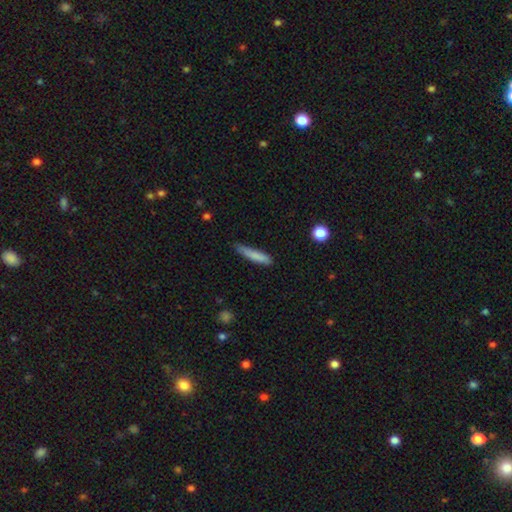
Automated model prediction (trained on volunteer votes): This is clearly a smooth galaxy (81%). How rounded: clearly cigar-shaped (89%). Merging: likely none (69%).